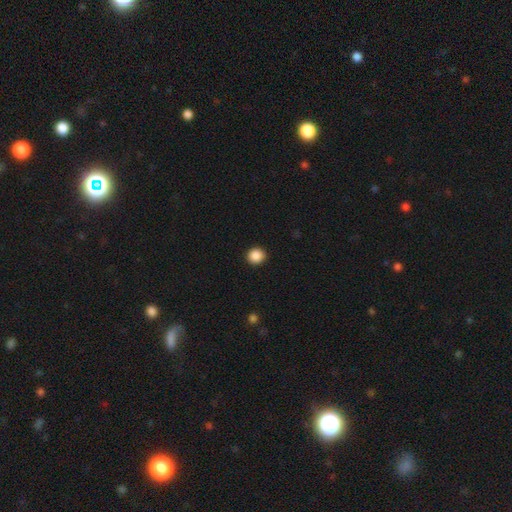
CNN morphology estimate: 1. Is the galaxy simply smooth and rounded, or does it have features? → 88% smooth, 9% star or artifact, 3% featured or disk.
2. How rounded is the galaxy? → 90% round, 9% in between, 1% cigar-shaped.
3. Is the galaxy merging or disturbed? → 93% none, 5% minor disturbance, 2% major disturbance, 1% merger.